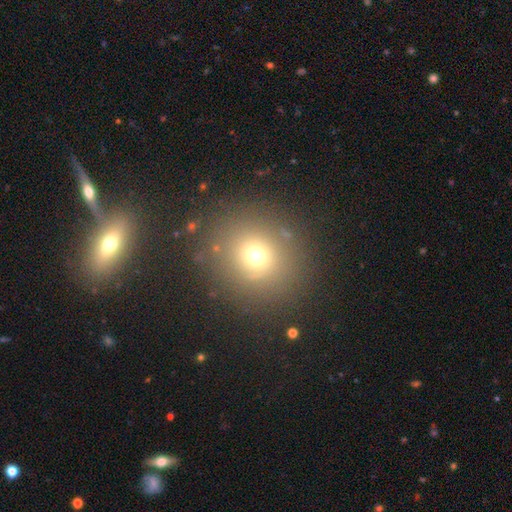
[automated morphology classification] A smooth galaxy with no disk features (66%) that is round (85%).

Vote fractions:
- Smooth or featured? smooth: 66% / star or artifact: 21% / featured or disk: 13%
- How rounded? round: 85% / in between: 14% / cigar-shaped: 1%
- Merging? none: 84% / minor disturbance: 9% / major disturbance: 5% / merger: 3%